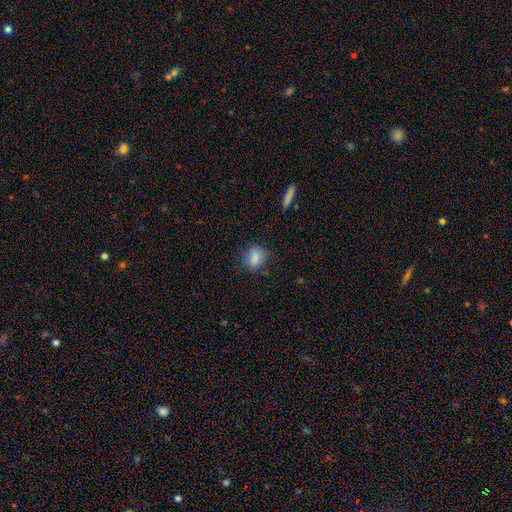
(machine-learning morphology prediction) smooth_or_featured: smooth (p=0.83) [alt: star or artifact p=0.09]
how_rounded: in between (p=0.55) [alt: round p=0.41]
merging: none (p=0.76) [alt: minor disturbance p=0.17]